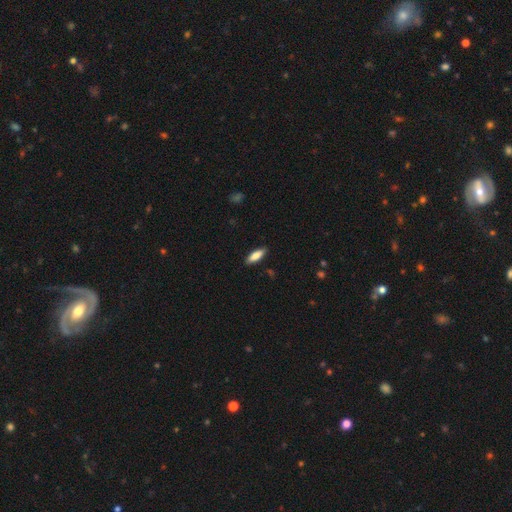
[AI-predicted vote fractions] Smooth or featured? Predicted: smooth (p=0.83). How rounded? Predicted: in between (p=0.61). Merging? Predicted: none (p=0.88).